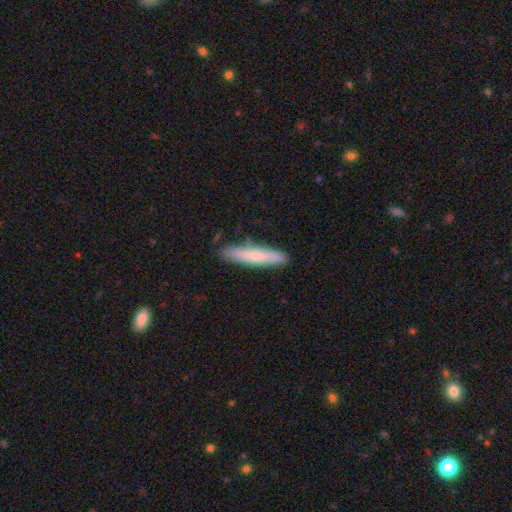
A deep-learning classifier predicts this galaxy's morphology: A smooth galaxy with no disk features (68%) that is cigar-shaped (90%).

Vote fractions:
- Smooth or featured? smooth: 68% / featured or disk: 27% / star or artifact: 6%
- How rounded? cigar-shaped: 90% / in between: 9% / round: 1%
- Merging? none: 86% / minor disturbance: 11% / major disturbance: 2% / merger: 1%